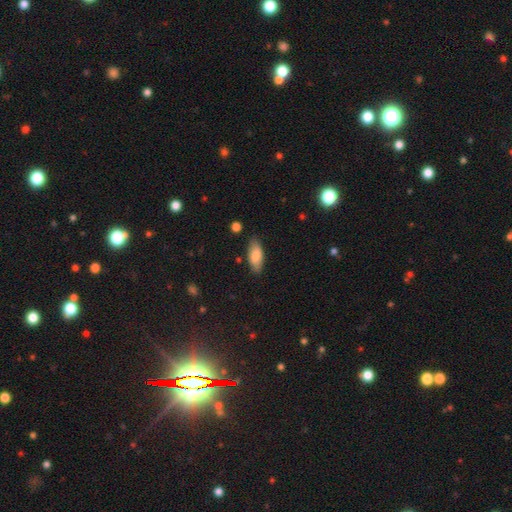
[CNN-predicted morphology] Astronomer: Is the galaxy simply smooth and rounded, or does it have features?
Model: smooth — 83%.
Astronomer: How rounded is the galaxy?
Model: in between — 80%.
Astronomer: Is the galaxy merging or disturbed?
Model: none — 81%.